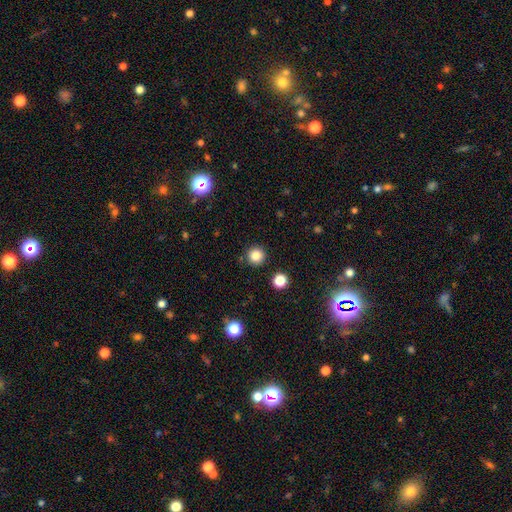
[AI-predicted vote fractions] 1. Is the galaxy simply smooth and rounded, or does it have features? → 84% smooth, 12% star or artifact, 4% featured or disk.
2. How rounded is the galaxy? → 95% round, 4% in between, 1% cigar-shaped.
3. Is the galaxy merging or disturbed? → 90% none, 6% minor disturbance, 2% major disturbance, 2% merger.